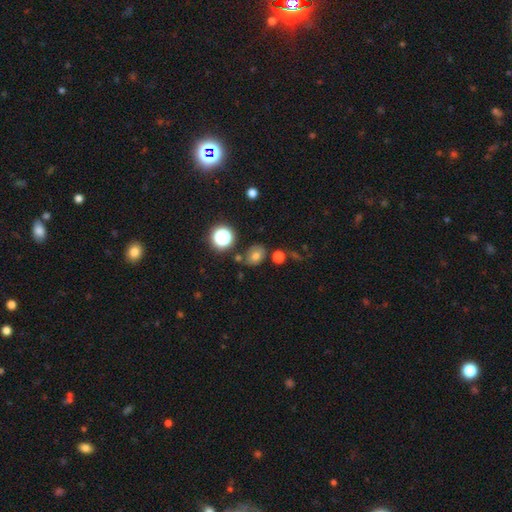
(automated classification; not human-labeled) Morphology: type=smooth (70%); roundness=in between (60%); merging=none (72%).